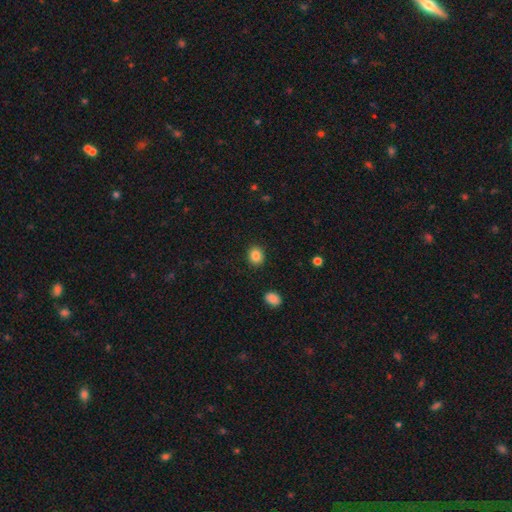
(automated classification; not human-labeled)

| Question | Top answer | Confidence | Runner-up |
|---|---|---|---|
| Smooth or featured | smooth | 86% | star or artifact (10%) |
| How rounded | round | 70% | in between (29%) |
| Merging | none | 90% | minor disturbance (6%) |